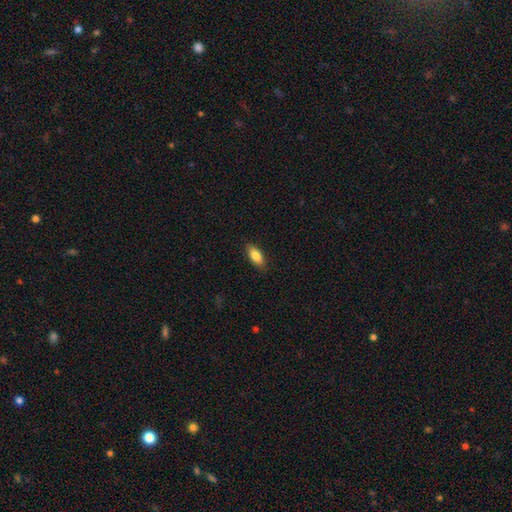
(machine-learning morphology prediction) The model was most divided on "smooth or featured": smooth: 83%, featured or disk: 11%, star or artifact: 7%. More confident: merging — none (87%); how rounded — in between (86%).